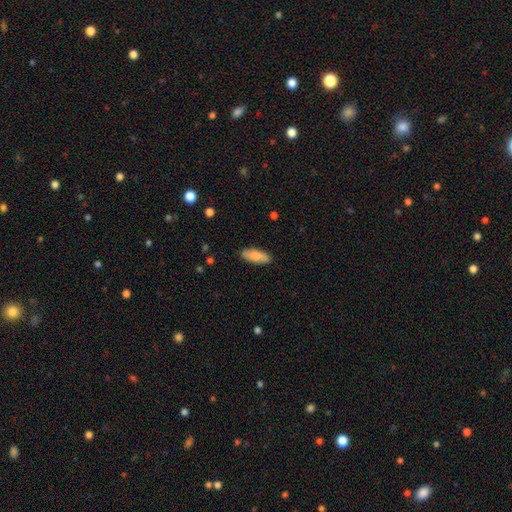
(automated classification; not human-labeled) smooth 78%, featured or disk 16%, star or artifact 6%. Down the decision tree: how rounded — in between (75%); merging — none (87%).